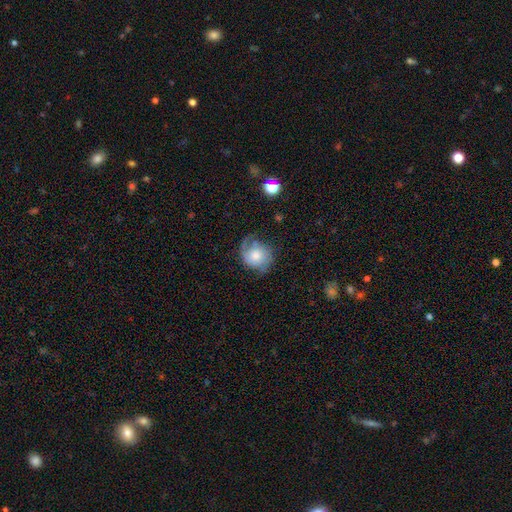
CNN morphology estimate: smooth 47%, featured or disk 45%, star or artifact 8%. Down the decision tree: merging — none (50%).